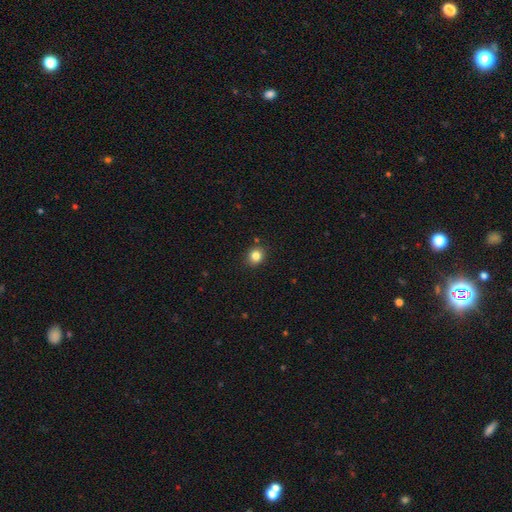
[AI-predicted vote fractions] Q: Smooth or featured?
A: smooth (83%); runner-up: star or artifact (11%)
Q: How rounded?
A: round (76%); runner-up: in between (23%)
Q: Merging?
A: none (88%); runner-up: minor disturbance (8%)